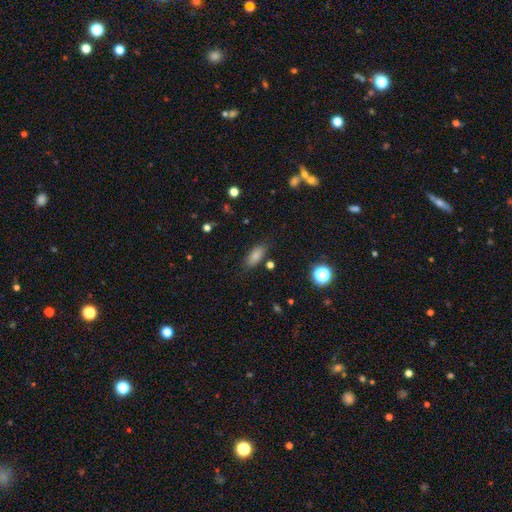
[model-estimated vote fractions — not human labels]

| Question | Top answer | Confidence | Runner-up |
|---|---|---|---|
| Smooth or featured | smooth | 81% | star or artifact (10%) |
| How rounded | in between | 82% | cigar-shaped (15%) |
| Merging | none | 81% | minor disturbance (13%) |